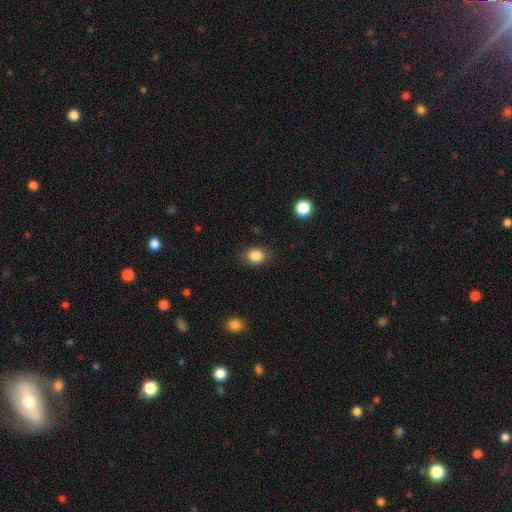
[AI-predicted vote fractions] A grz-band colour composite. It shows a smooth galaxy with no disk features (86%) that is round (58%). Merging: none (82%).